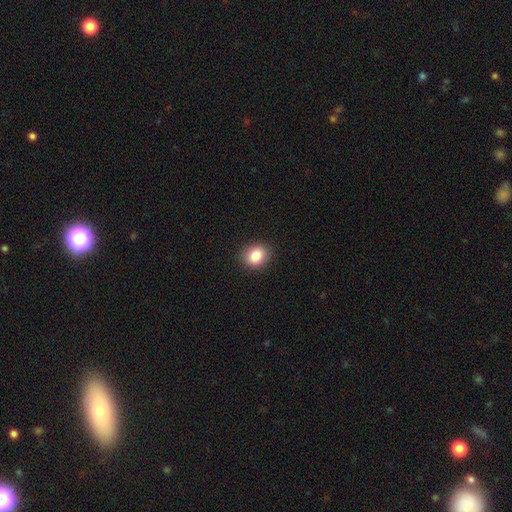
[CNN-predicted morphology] Overall: smooth (85%). How rounded: round (62%; in between 37%). Merging: none (89%).